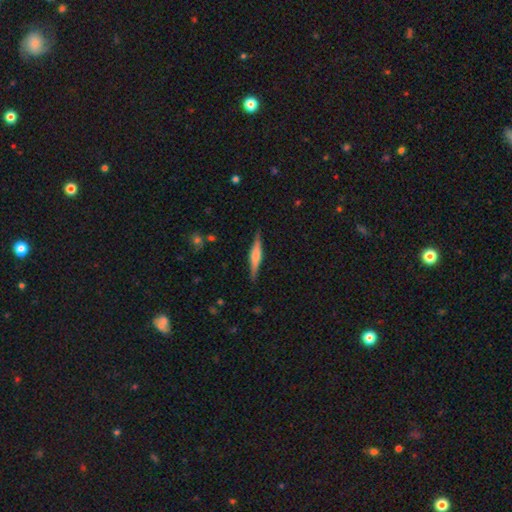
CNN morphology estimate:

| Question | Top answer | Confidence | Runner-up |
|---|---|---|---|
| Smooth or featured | featured or disk | 64% | smooth (30%) |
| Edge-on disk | yes | 97% | no (3%) |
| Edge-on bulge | rounded | 70% | boxy (22%) |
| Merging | none | 88% | minor disturbance (9%) |